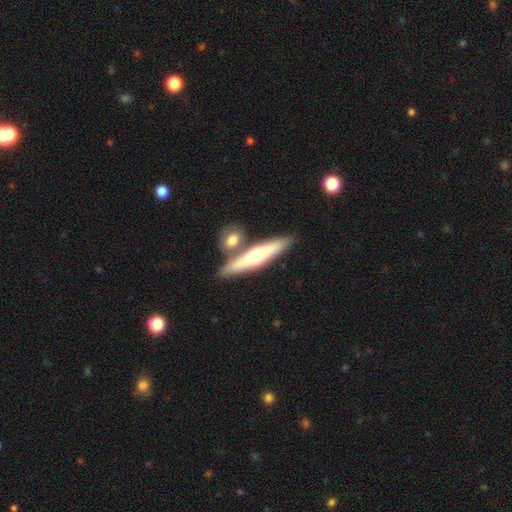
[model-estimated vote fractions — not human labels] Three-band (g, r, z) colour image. It shows a smooth galaxy with no disk features (50%). Merging: none (69%).